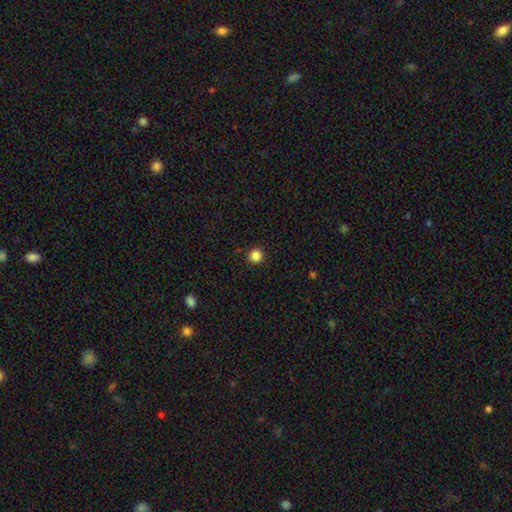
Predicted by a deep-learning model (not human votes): Overall: smooth (85%). How rounded: round (96%). Merging: none (93%).